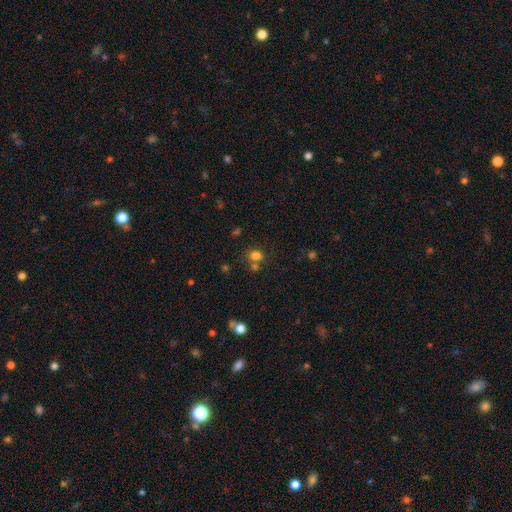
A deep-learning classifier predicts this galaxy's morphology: This is likely a smooth galaxy (76%). How rounded: possibly in between (52%). Merging: possibly none (59%).